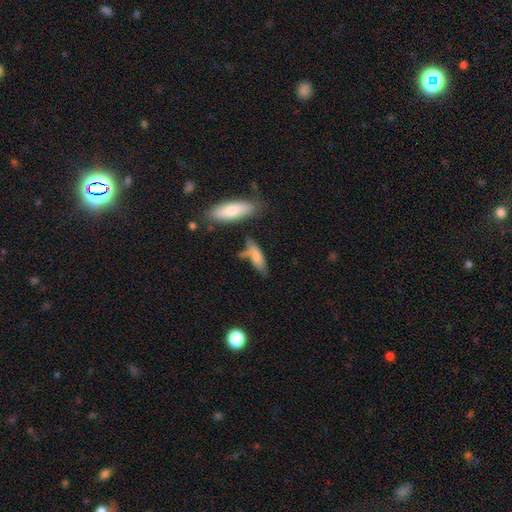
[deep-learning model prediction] This is likely a smooth galaxy (74%). How rounded: possibly in between (52%). Merging: marginally none (42%).